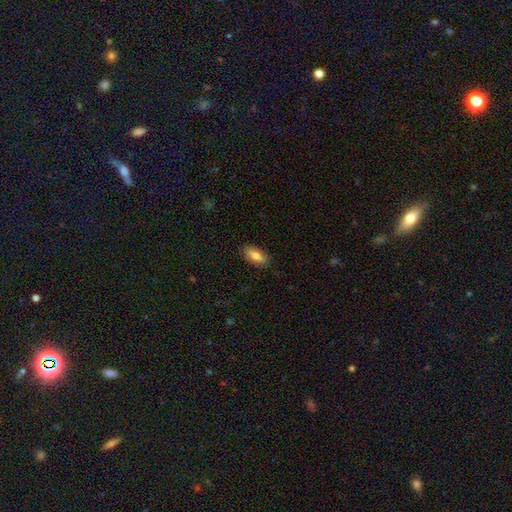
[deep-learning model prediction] Morphology: type=smooth (81%); roundness=in between (89%); merging=none (86%).